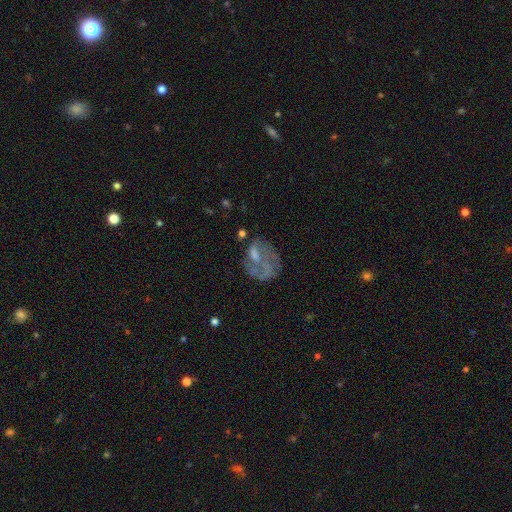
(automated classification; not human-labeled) Smooth or featured? featured or disk (50%)
Merging? major disturbance (39%)